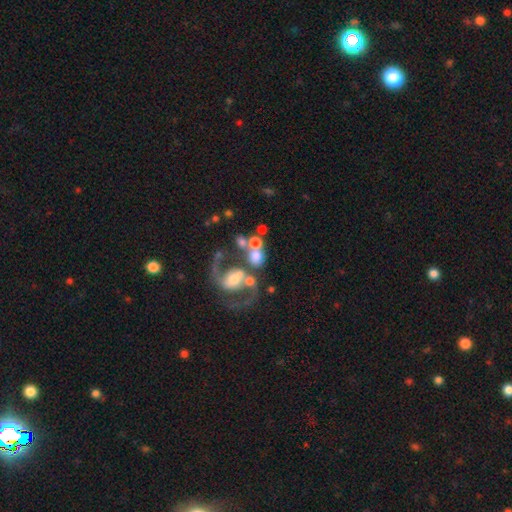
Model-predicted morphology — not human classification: type=featured or disk (55%); edge-on=no (97%); bar=no (53%); spiral arms=yes (71%); bulge=moderate (41%); merging=none (39%).